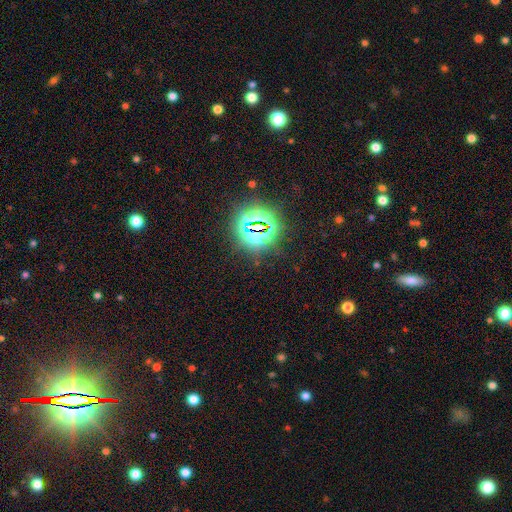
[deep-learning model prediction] Smooth or featured: star or artifact — 84% (smooth — 9%)